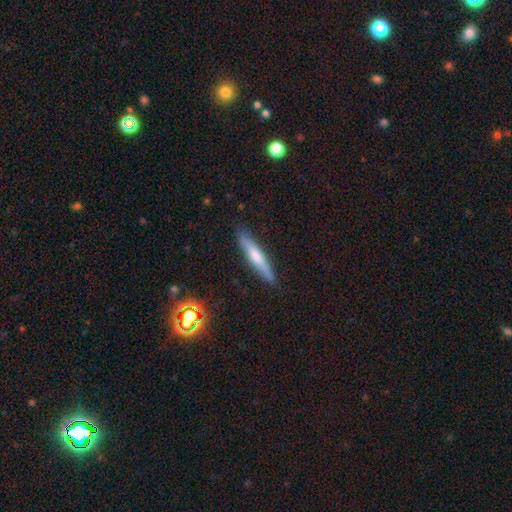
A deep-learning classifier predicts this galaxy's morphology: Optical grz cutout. It shows a smooth galaxy with no disk features (50%) that is cigar-shaped (92%). Merging: none (88%).